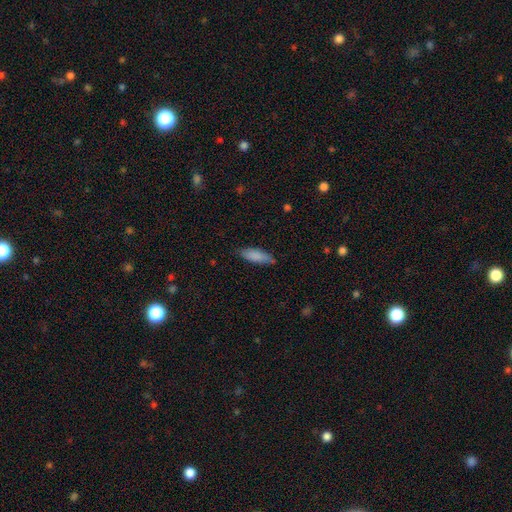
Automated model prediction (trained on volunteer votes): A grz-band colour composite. It shows a smooth galaxy with no disk features (85%) that is in between round and cigar-shaped (58%). Merging: none (77%).